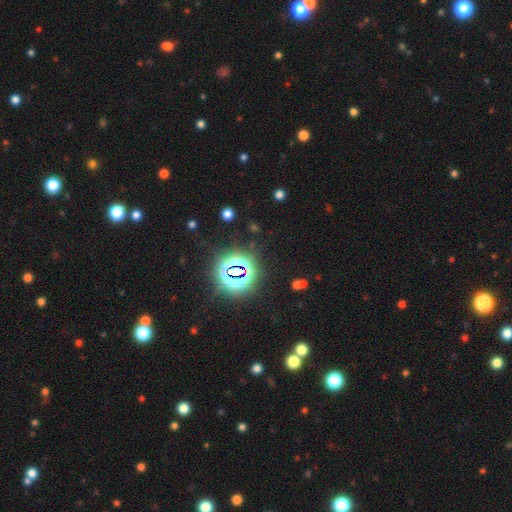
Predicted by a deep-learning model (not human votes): Smooth or featured? Predicted: star or artifact (p=0.82).